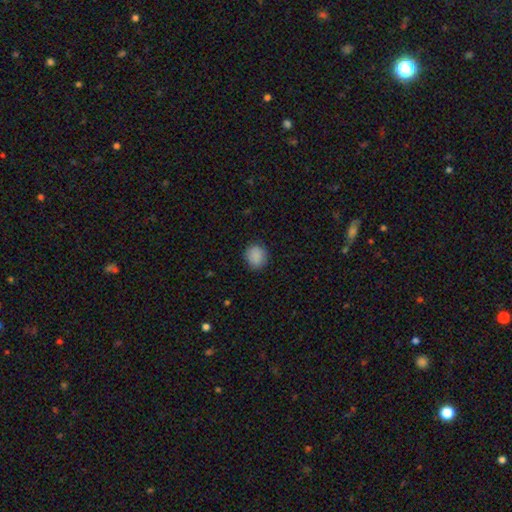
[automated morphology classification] A smooth galaxy with no disk features (88%) that is round (80%).

Vote fractions:
- Smooth or featured? smooth: 88% / star or artifact: 8% / featured or disk: 4%
- How rounded? round: 80% / in between: 19% / cigar-shaped: 1%
- Merging? none: 87% / minor disturbance: 10% / major disturbance: 3% / merger: 1%